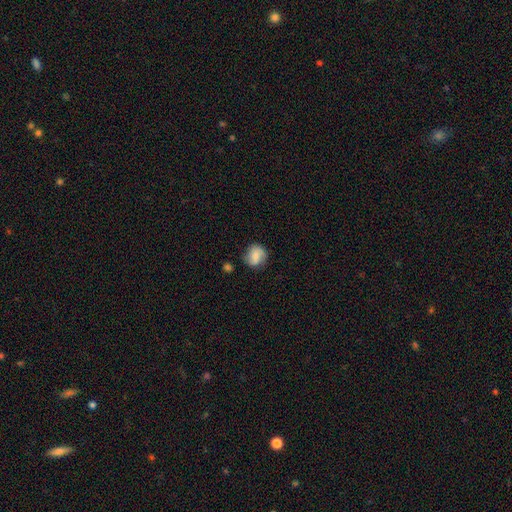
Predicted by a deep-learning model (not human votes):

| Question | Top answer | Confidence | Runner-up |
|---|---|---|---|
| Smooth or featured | smooth | 59% | featured or disk (32%) |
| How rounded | round | 75% | in between (24%) |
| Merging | none | 70% | minor disturbance (21%) |